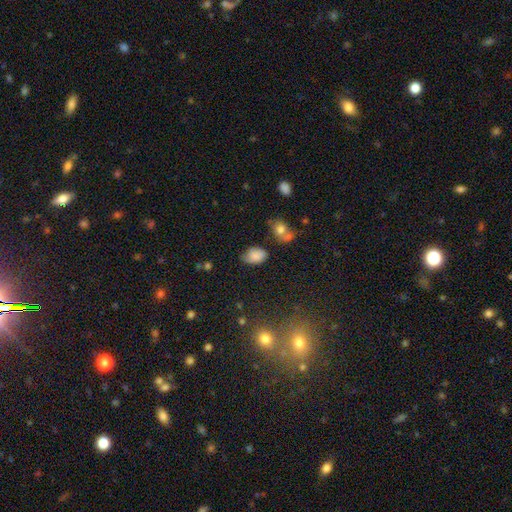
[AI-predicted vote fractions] smooth 77%, featured or disk 13%, star or artifact 10%. Down the decision tree: how rounded — in between (83%); merging — none (56%).